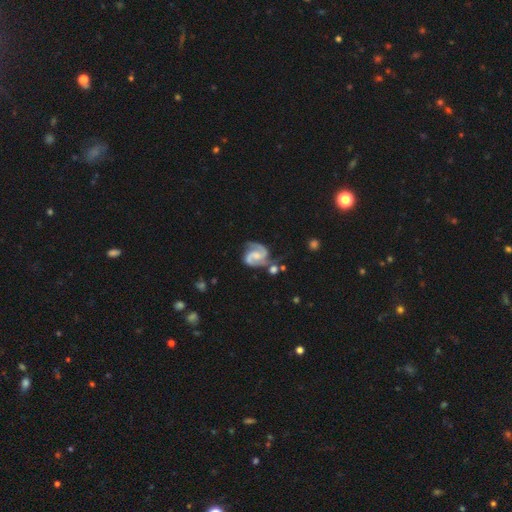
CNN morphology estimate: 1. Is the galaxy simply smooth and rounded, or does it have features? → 90% featured or disk, 5% smooth, 5% star or artifact.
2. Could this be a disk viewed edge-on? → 98% no, 2% yes.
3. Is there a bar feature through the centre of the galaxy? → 45% weak, 41% no, 15% strong.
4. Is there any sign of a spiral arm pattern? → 98% yes, 2% no.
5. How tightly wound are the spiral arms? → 57% medium, 27% tight, 16% loose.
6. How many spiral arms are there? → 90% 2, 3% 3, 2% can't tell, 2% 1, 1% 4, 1% more than 4.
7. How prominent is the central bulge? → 42% small, 35% moderate, 18% none, 3% large, 1% dominant.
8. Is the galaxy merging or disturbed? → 58% none, 21% minor disturbance, 12% merger, 9% major disturbance.